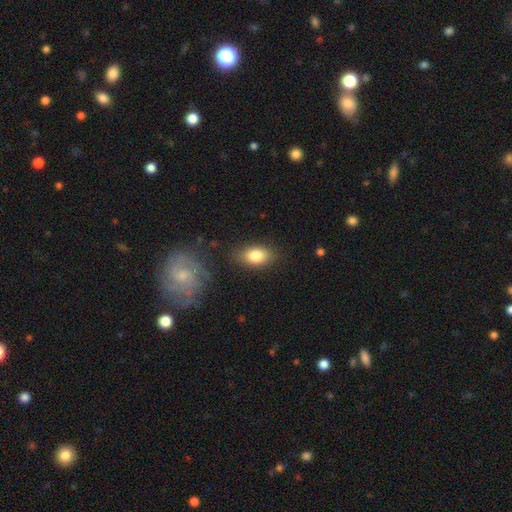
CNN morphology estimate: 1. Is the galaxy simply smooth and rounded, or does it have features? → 82% smooth, 10% featured or disk, 8% star or artifact.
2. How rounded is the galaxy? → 87% in between, 10% round, 3% cigar-shaped.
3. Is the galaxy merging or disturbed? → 82% none, 13% minor disturbance, 3% major disturbance, 2% merger.